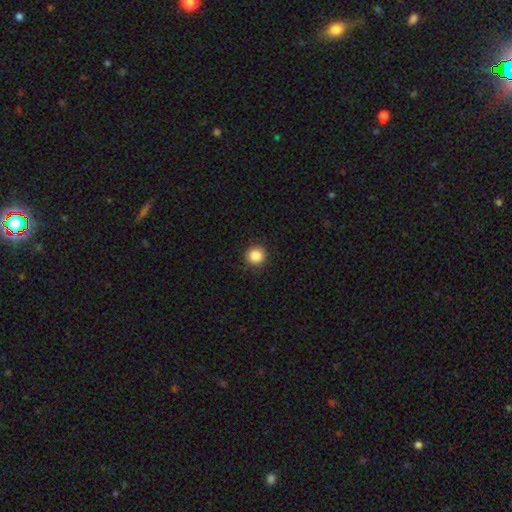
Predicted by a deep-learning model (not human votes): Smooth or featured? Predicted: smooth (p=0.86). How rounded? Predicted: round (p=0.94). Merging? Predicted: none (p=0.92).